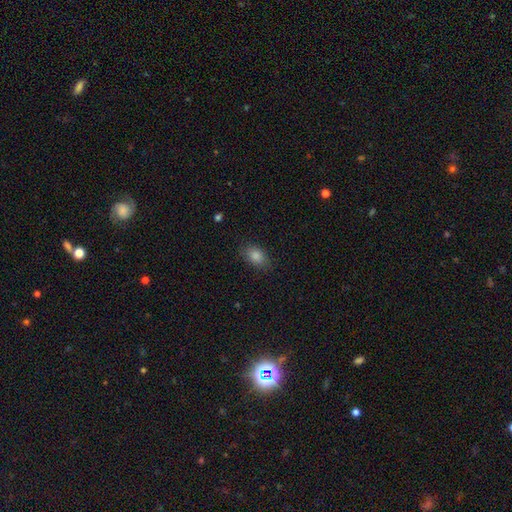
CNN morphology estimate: The model was most divided on "how rounded": in between: 79%, round: 19%, cigar-shaped: 2%. More confident: merging — none (84%); smooth or featured — smooth (83%).